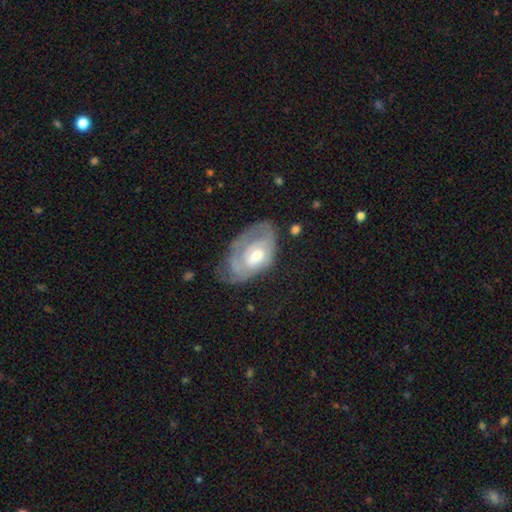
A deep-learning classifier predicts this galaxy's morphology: Smooth or featured? featured or disk (62%)
Edge-on disk? no (95%)
Bar? no (65%)
Spiral arms? yes (69%)
Bulge size? moderate (61%)
Merging? none (38%)